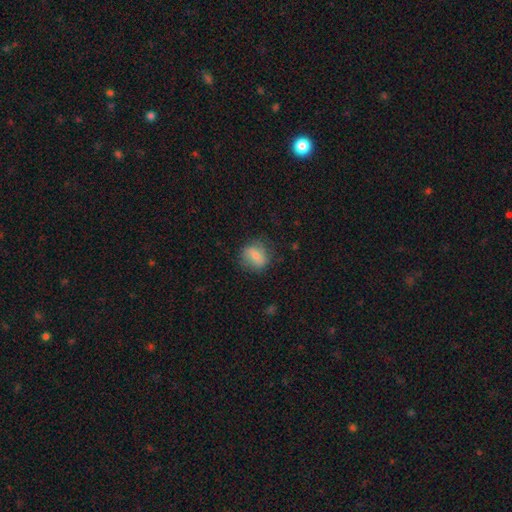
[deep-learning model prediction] A smooth galaxy with no disk features (70%) that is round (60%). Merging: none (75%).